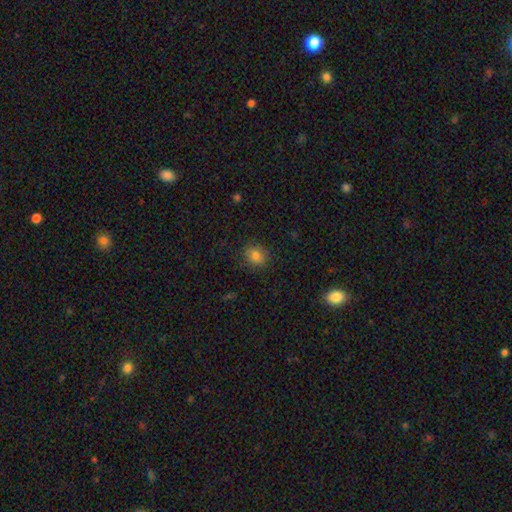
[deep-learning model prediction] Smooth or featured? Predicted: smooth (p=0.82). How rounded? Predicted: round (p=0.73). Merging? Predicted: none (p=0.85).